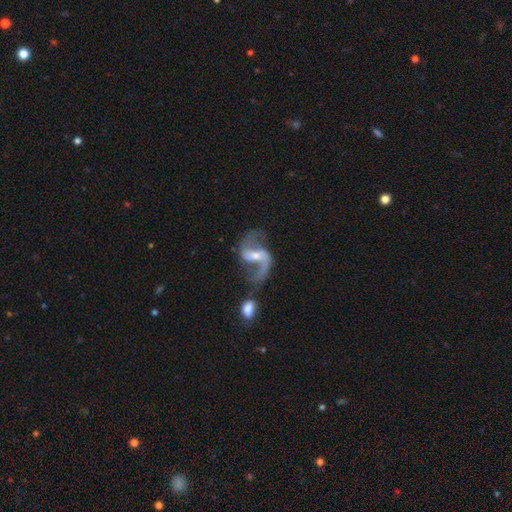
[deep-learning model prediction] The model was most divided on "bulge size": moderate: 47%, small: 44%, large: 4%, none: 3%, dominant: 1%. Remaining: edge-on disk — no (97%); spiral arms — yes (96%); smooth or featured — featured or disk (89%); spiral arm count — 2 (89%); spiral winding — loose (71%); merging — none (54%); bar — weak (44%).